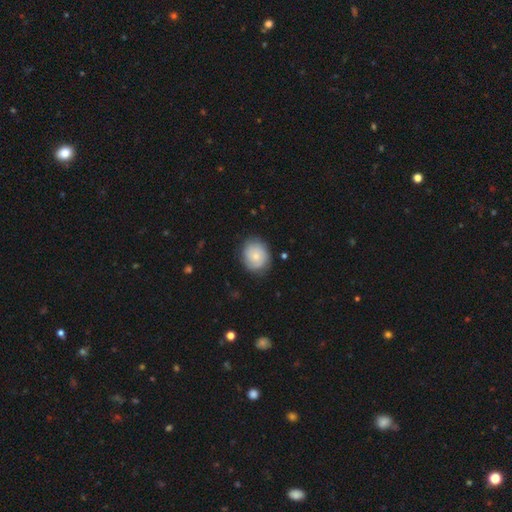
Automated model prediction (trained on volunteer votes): This is possibly a smooth galaxy (59%). How rounded: likely round (65%). Merging: likely none (78%).